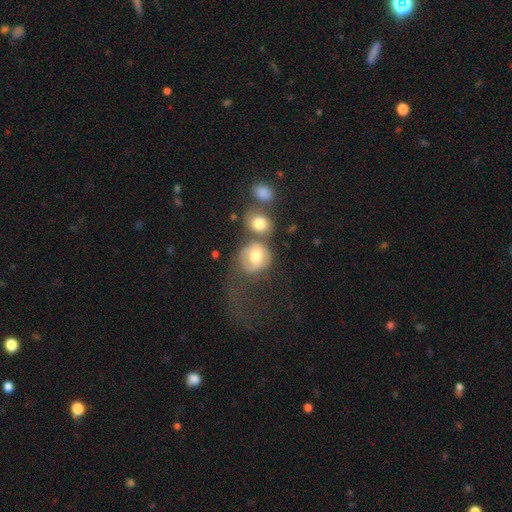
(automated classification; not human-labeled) smooth_or_featured: smooth (p=0.61) [alt: featured or disk p=0.30]
how_rounded: round (p=0.74) [alt: in between p=0.25]
merging: merger (p=0.38) [alt: major disturbance p=0.26]